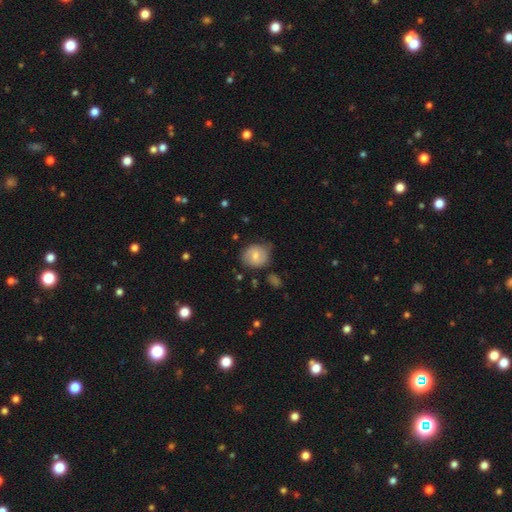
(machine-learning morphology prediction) The model was most divided on "smooth or featured": smooth: 54%, featured or disk: 39%, star or artifact: 7%. More confident: merging — none (67%); how rounded — round (66%).